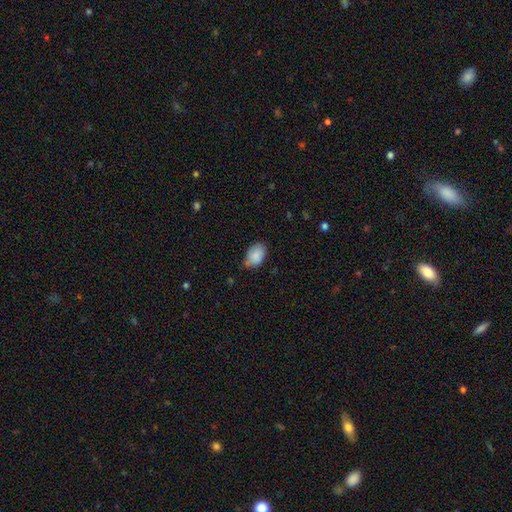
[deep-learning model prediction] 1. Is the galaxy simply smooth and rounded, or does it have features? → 86% smooth, 7% featured or disk, 7% star or artifact.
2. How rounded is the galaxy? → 84% in between, 15% round, 1% cigar-shaped.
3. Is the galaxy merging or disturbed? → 64% none, 29% minor disturbance, 5% major disturbance, 2% merger.